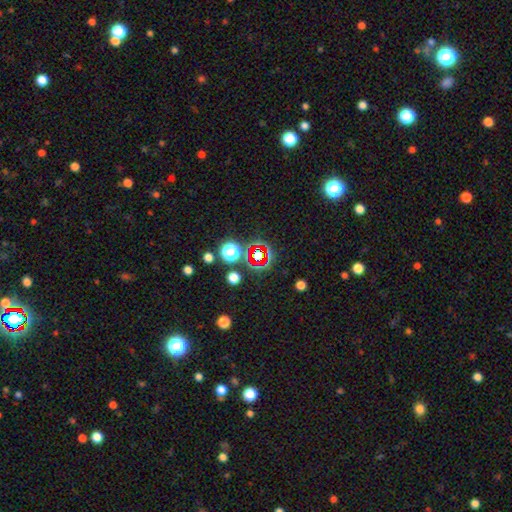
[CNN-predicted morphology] The model was most divided on "smooth or featured": star or artifact: 63%, smooth: 25%, featured or disk: 12%.